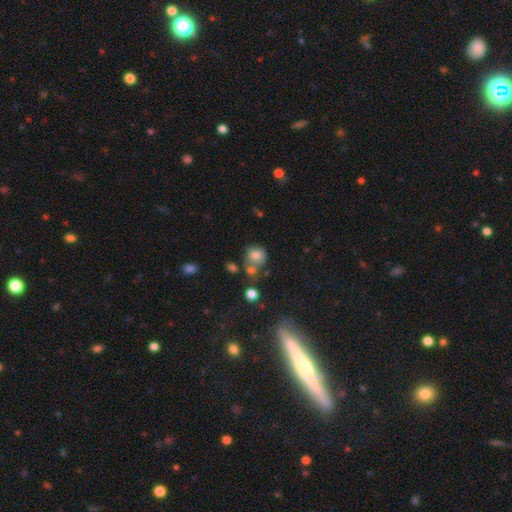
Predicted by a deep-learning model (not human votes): Smooth or featured? smooth (75%)
How rounded? round (74%)
Merging? none (47%)